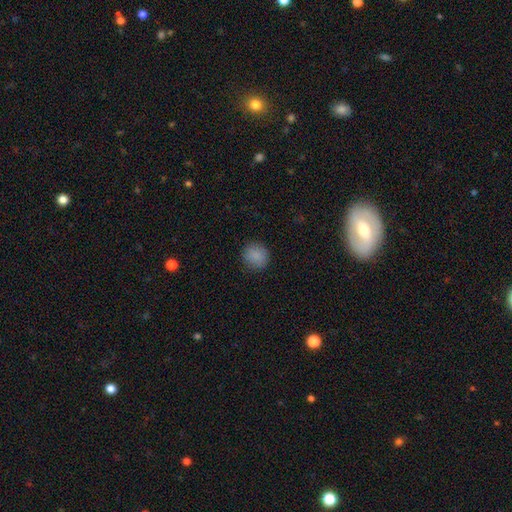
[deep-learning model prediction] Smooth or featured?
  - smooth: 87% *
  - star or artifact: 9%
  - featured or disk: 4%
How rounded?
  - round: 89% *
  - in between: 10%
  - cigar-shaped: 1%
Merging?
  - none: 89% *
  - minor disturbance: 8%
  - major disturbance: 2%
  - merger: 1%